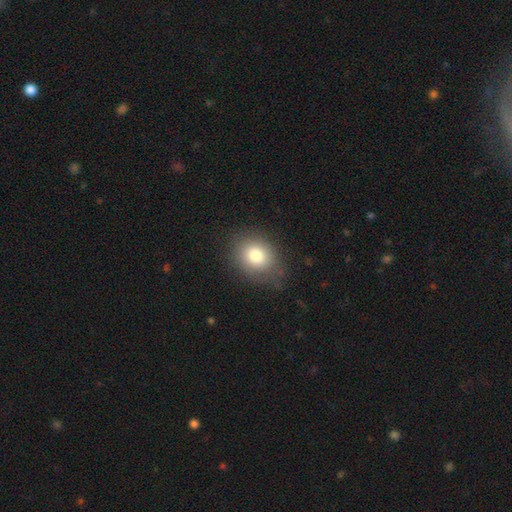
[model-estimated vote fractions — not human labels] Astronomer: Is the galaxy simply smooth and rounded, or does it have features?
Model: smooth — 79%.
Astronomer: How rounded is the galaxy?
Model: round — 58% (runner-up: in between, 41%).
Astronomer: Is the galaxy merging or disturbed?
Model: none — 72%.